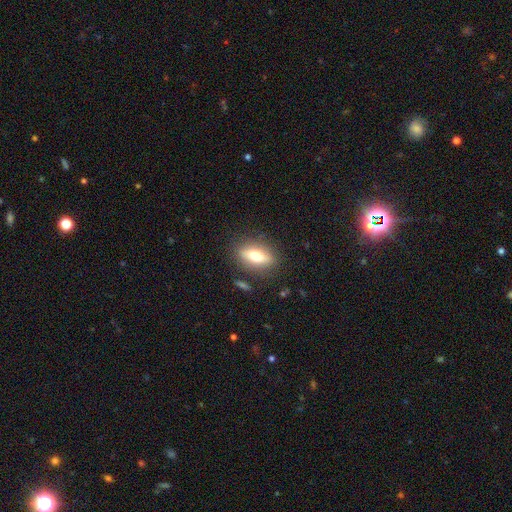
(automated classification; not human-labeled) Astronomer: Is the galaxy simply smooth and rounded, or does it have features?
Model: smooth — 60%.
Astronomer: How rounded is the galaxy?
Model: in between — 72%.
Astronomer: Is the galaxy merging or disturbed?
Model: none — 83%.